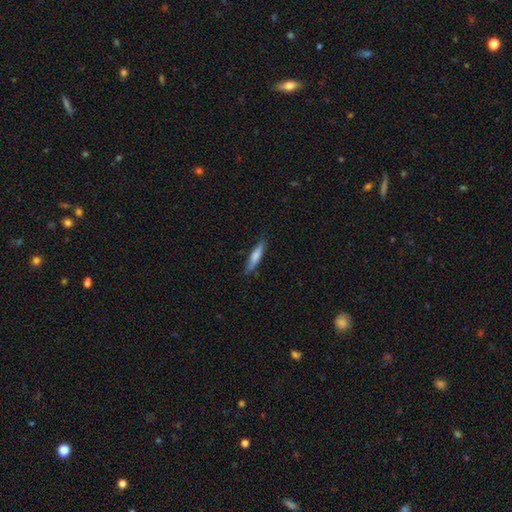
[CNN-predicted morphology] Smooth or featured?
  - smooth: 74% *
  - featured or disk: 20%
  - star or artifact: 6%
How rounded?
  - cigar-shaped: 84% *
  - in between: 15%
  - round: 1%
Merging?
  - none: 83% *
  - minor disturbance: 14%
  - major disturbance: 2%
  - merger: 1%